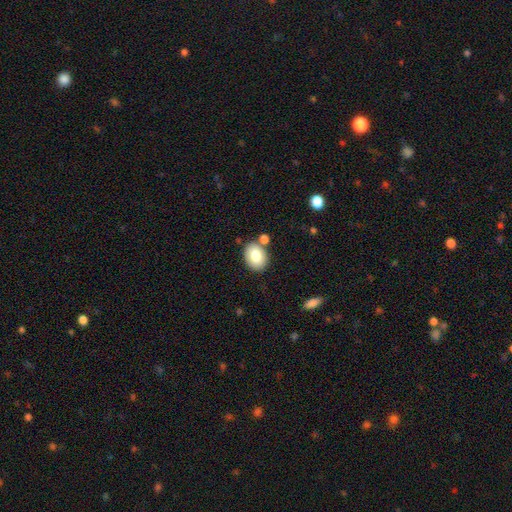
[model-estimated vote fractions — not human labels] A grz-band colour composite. It shows a smooth galaxy with no disk features (80%) that is in between round and cigar-shaped (67%). Merging: none (75%).